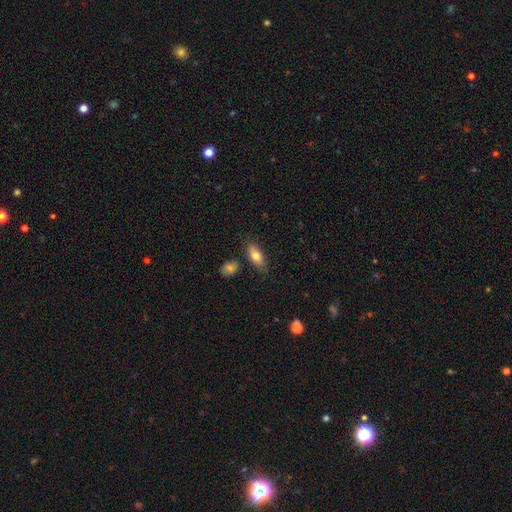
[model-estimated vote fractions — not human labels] Smooth or featured? smooth (79%)
How rounded? in between (85%)
Merging? none (74%)